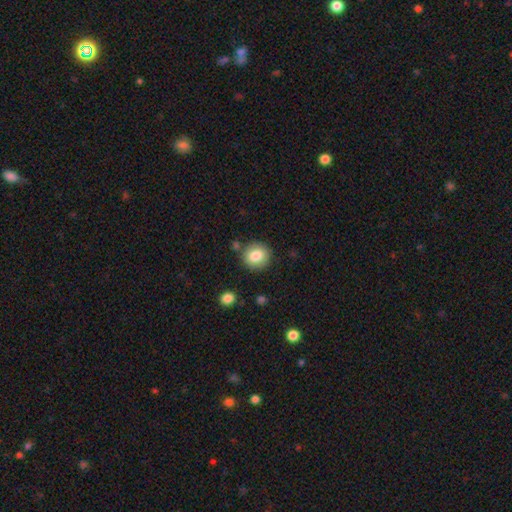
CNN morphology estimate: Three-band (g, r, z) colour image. It shows a smooth galaxy with no disk features (83%) that is round (87%). Merging: none (84%).